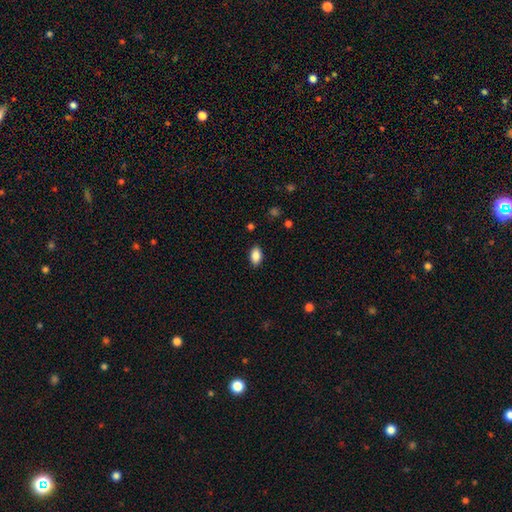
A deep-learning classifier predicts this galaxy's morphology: smooth-or-featured: smooth: 88% | star or artifact: 8% | featured or disk: 5%
  how-rounded: in between: 91% | round: 6% | cigar-shaped: 2%
  merging: none: 87% | minor disturbance: 10% | major disturbance: 2% | merger: 1%